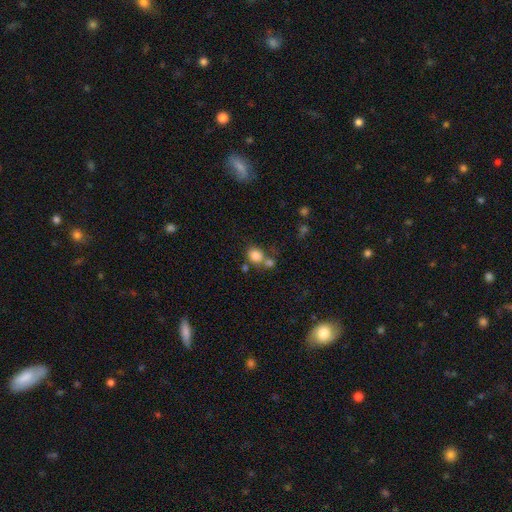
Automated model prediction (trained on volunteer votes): smooth-or-featured: smooth: 82% | star or artifact: 11% | featured or disk: 8%
  how-rounded: round: 69% | in between: 30% | cigar-shaped: 1%
  merging: none: 51% | merger: 33% | minor disturbance: 11% | major disturbance: 5%